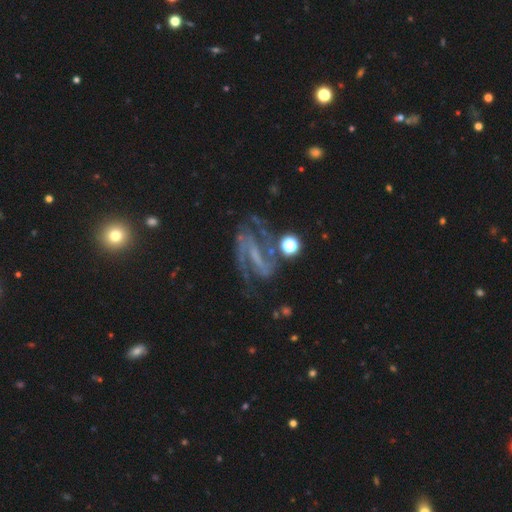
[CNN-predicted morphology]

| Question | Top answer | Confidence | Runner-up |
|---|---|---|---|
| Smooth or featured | featured or disk | 86% | star or artifact (9%) |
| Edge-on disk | no | 96% | yes (4%) |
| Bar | strong | 52% | weak (33%) |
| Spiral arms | yes | 95% | no (5%) |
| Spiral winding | medium | 52% | loose (26%) |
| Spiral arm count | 2 | 85% | can't tell (5%) |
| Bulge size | none | 45% | small (41%) |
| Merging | none | 59% | minor disturbance (19%) |